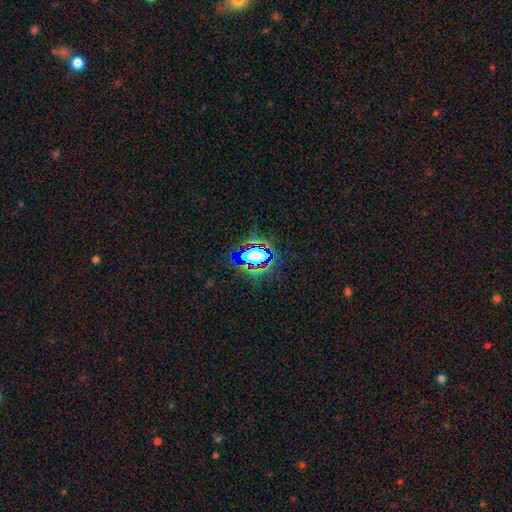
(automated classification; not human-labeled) Morphology: type=star or artifact (59%).